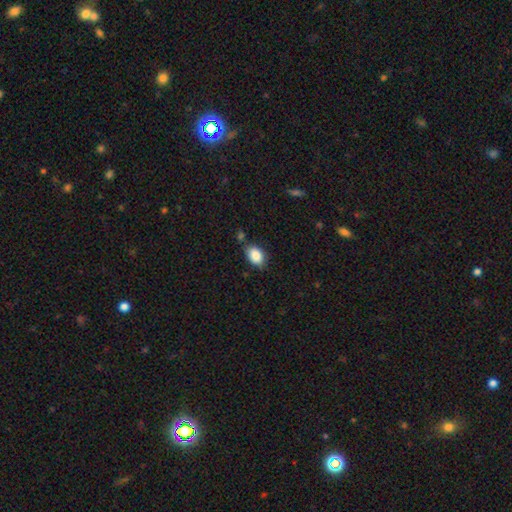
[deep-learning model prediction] Morphology: type=smooth (87%); roundness=in between (82%); merging=none (73%).